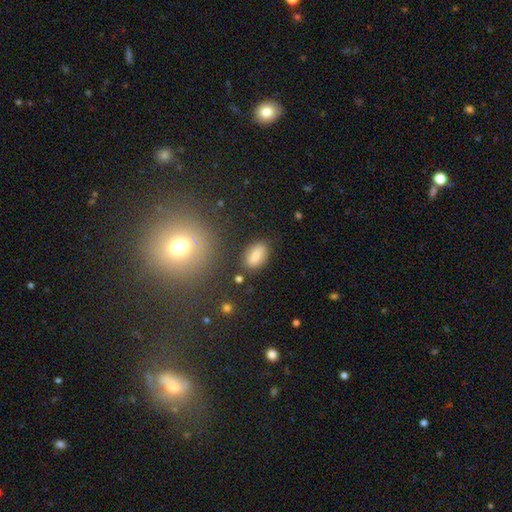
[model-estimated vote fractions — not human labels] Morphology: type=smooth (81%); roundness=in between (90%); merging=none (80%).